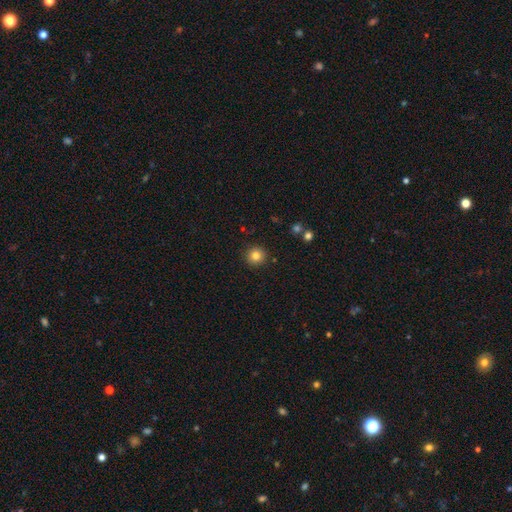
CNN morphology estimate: smooth 82%, star or artifact 11%, featured or disk 6%. Down the decision tree: how rounded — round (94%); merging — none (91%).